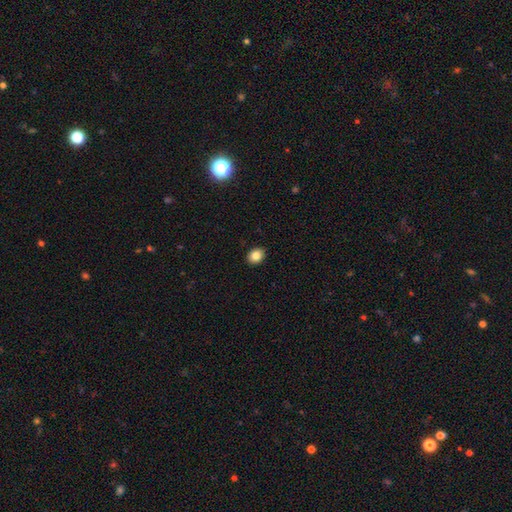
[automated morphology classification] Smooth or featured? smooth (84%)
How rounded? in between (51%)
Merging? none (91%)